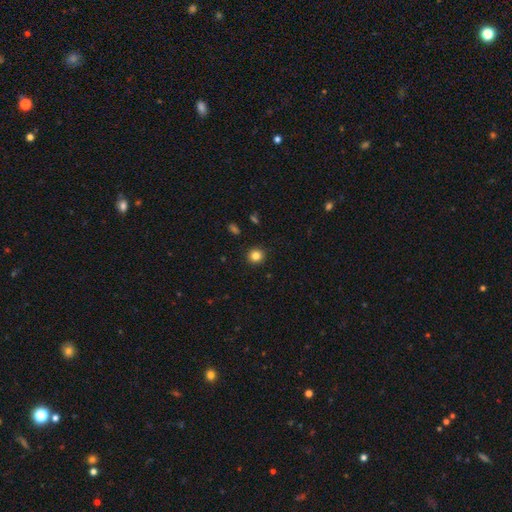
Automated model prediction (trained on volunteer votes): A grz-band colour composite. It shows a smooth galaxy with no disk features (83%) that is round (92%). Merging: none (92%).